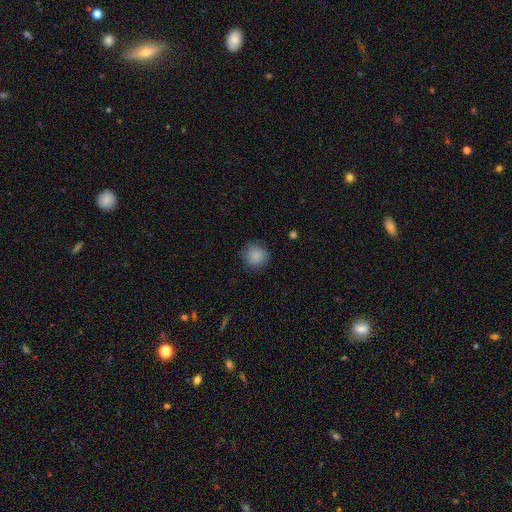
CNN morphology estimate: smooth_or_featured: smooth (p=0.84) [alt: star or artifact p=0.08]
how_rounded: round (p=0.88) [alt: in between p=0.11]
merging: none (p=0.79) [alt: minor disturbance p=0.16]